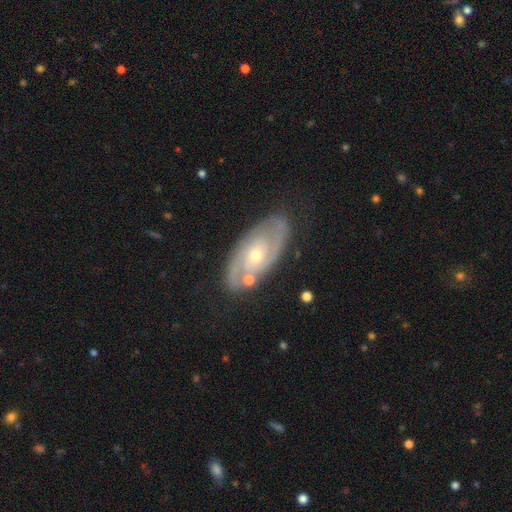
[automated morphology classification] smooth_or_featured: featured or disk (p=0.82) [alt: smooth p=0.12]
disk_edge_on: no (p=0.94) [alt: yes p=0.06]
bar: no (p=0.72) [alt: weak p=0.22]
has_spiral_arms: yes (p=0.89) [alt: no p=0.11]
spiral_winding: tight (p=0.56) [alt: medium p=0.35]
spiral_arm_count: 2 (p=0.74) [alt: can't tell p=0.15]
bulge_size: small (p=0.59) [alt: moderate p=0.38]
merging: none (p=0.79) [alt: minor disturbance p=0.13]